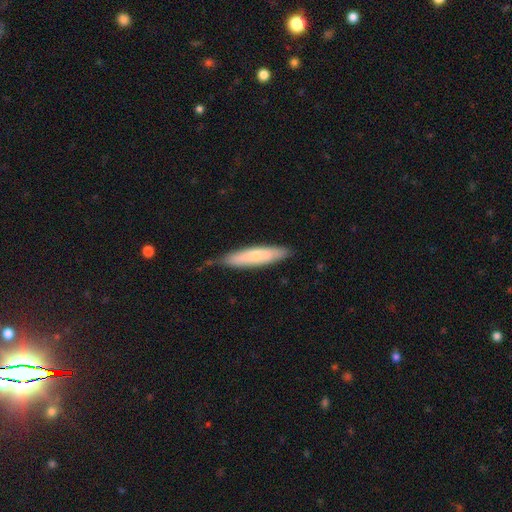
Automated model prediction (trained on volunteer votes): smooth-or-featured: smooth: 70% | featured or disk: 25% | star or artifact: 5%
  how-rounded: cigar-shaped: 82% | in between: 17% | round: 1%
  merging: none: 71% | minor disturbance: 23% | major disturbance: 4% | merger: 2%